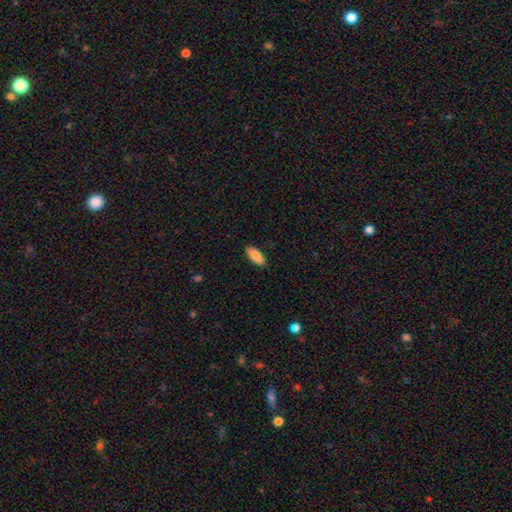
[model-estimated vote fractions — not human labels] A smooth galaxy with no disk features (89%) that is in between round and cigar-shaped (79%). Merging: none (88%).